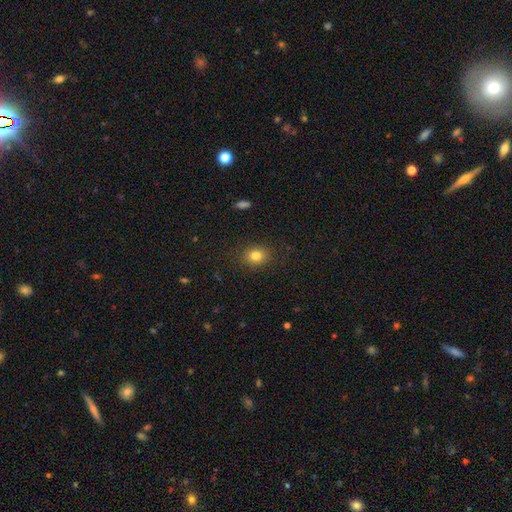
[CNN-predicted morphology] A smooth galaxy with no disk features (82%) that is round (58%).

Vote fractions:
- Smooth or featured? smooth: 82% / star or artifact: 12% / featured or disk: 7%
- How rounded? round: 58% / in between: 41% / cigar-shaped: 1%
- Merging? none: 87% / minor disturbance: 9% / major disturbance: 3% / merger: 1%